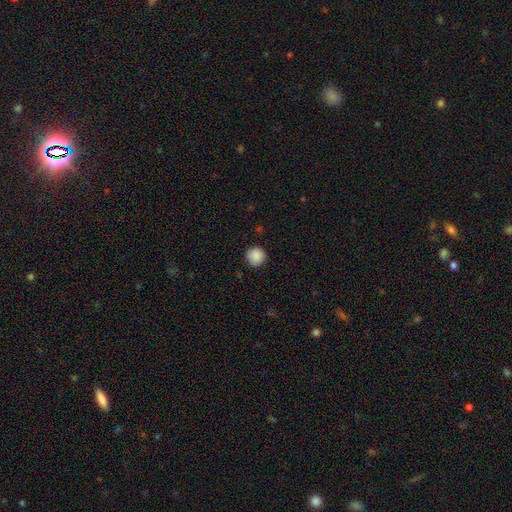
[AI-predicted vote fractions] Morphology: type=smooth (88%); roundness=round (95%); merging=none (89%).